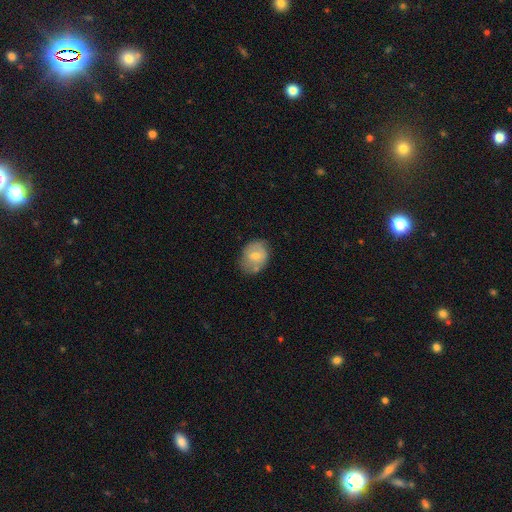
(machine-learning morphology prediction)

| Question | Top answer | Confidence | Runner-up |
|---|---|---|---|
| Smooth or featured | smooth | 63% | featured or disk (29%) |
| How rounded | in between | 54% | round (45%) |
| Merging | none | 61% | minor disturbance (26%) |